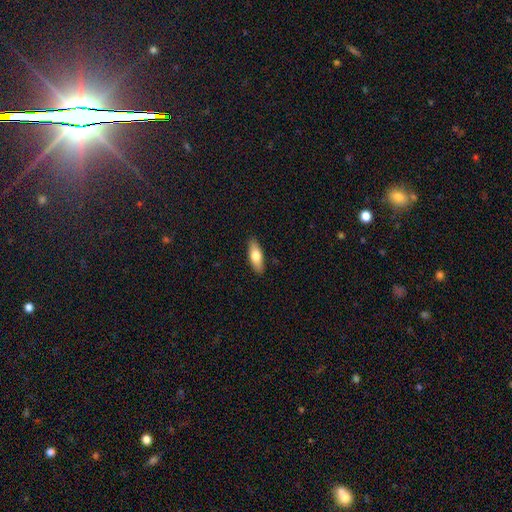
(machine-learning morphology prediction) The model was most divided on "how rounded": in between: 69%, cigar-shaped: 29%, round: 2%. More confident: merging — none (89%); smooth or featured — smooth (73%).